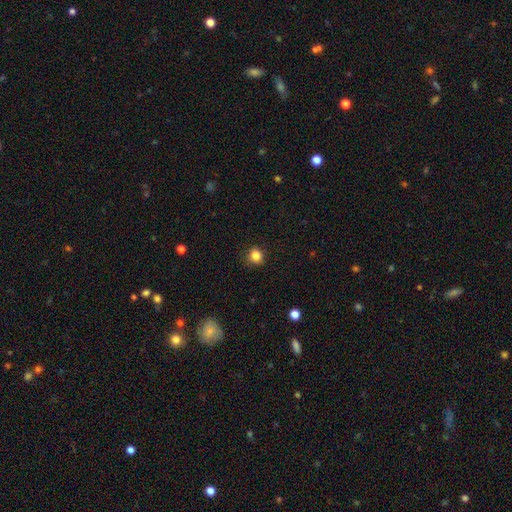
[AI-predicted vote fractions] Q: Smooth or featured?
A: smooth (84%); runner-up: star or artifact (12%)
Q: How rounded?
A: round (85%); runner-up: in between (14%)
Q: Merging?
A: none (85%); runner-up: minor disturbance (11%)